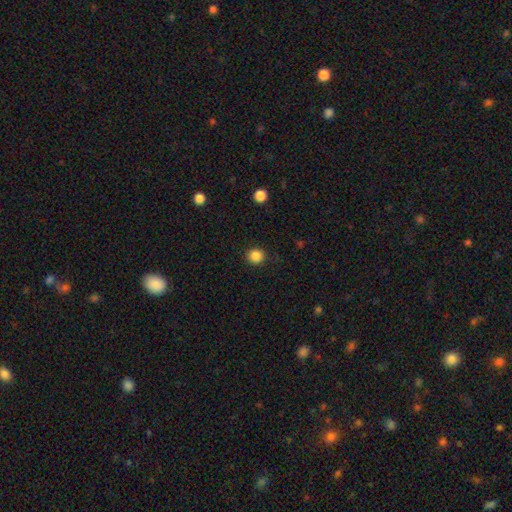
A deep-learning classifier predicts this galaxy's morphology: This is clearly a smooth galaxy (86%). How rounded: clearly round (91%). Merging: clearly none (90%).